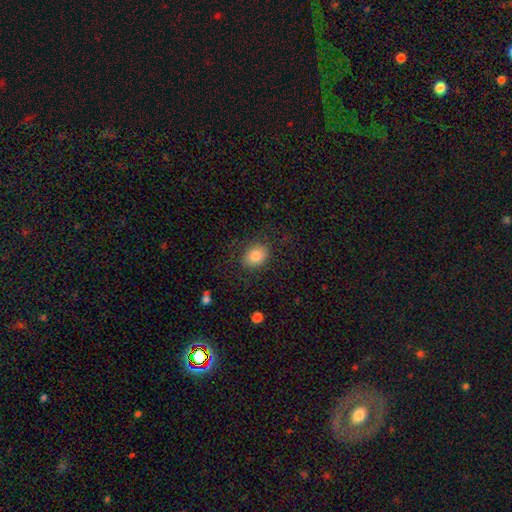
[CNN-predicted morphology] This is clearly a smooth galaxy (83%). How rounded: possibly in between (55%). Merging: likely none (80%).